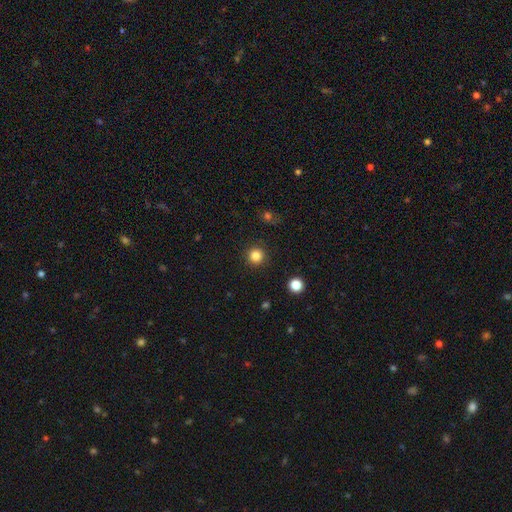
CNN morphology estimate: A smooth galaxy with no disk features (83%) that is round (96%).

Vote fractions:
- Smooth or featured? smooth: 83% / star or artifact: 12% / featured or disk: 5%
- How rounded? round: 96% / in between: 3% / cigar-shaped: 1%
- Merging? none: 92% / minor disturbance: 5% / major disturbance: 2% / merger: 1%